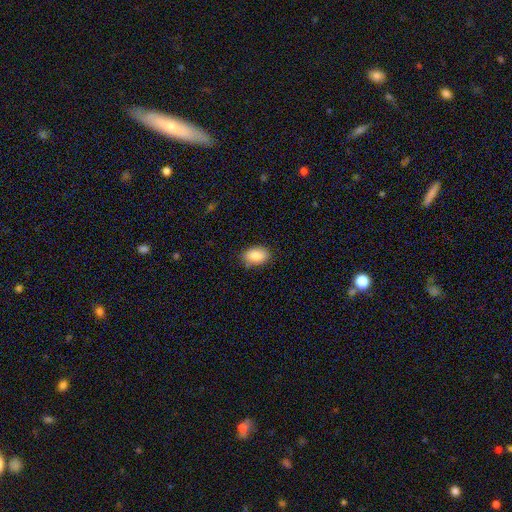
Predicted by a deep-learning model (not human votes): Q: Smooth or featured?
A: smooth (87%); runner-up: star or artifact (7%)
Q: How rounded?
A: in between (87%); runner-up: round (11%)
Q: Merging?
A: none (84%); runner-up: minor disturbance (12%)